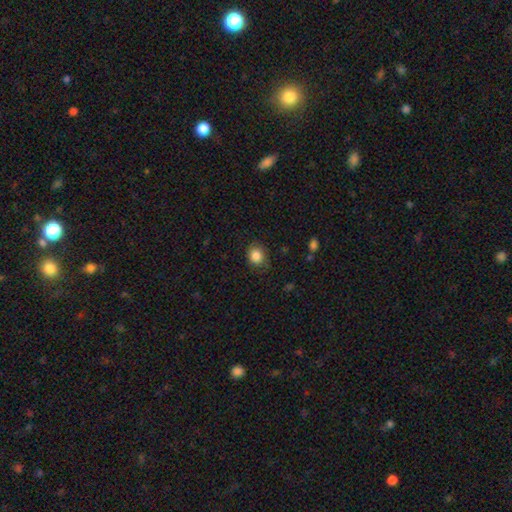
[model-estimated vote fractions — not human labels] The model was most divided on "how rounded": round: 72%, in between: 27%, cigar-shaped: 1%. More confident: smooth or featured — smooth (85%); merging — none (78%).